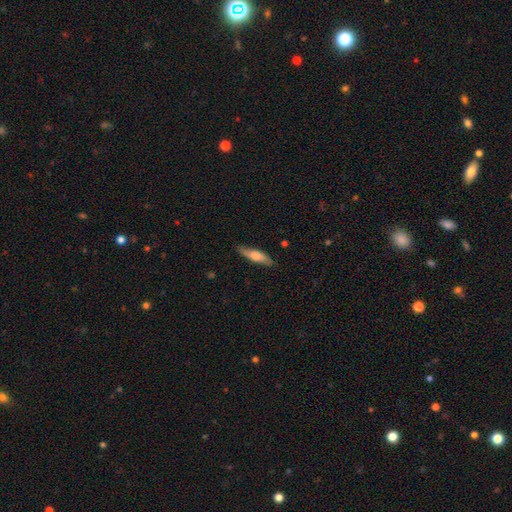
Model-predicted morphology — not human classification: A smooth galaxy with no disk features (66%) that is cigar-shaped (68%). Merging: none (82%).